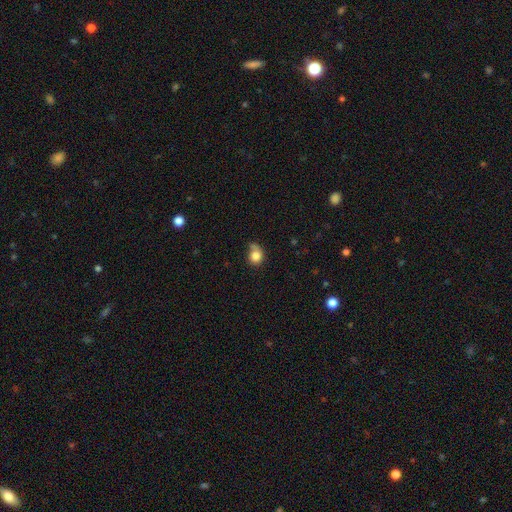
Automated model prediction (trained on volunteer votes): Smooth or featured? Predicted: smooth (p=0.81). How rounded? Predicted: round (p=0.76). Merging? Predicted: none (p=0.46).